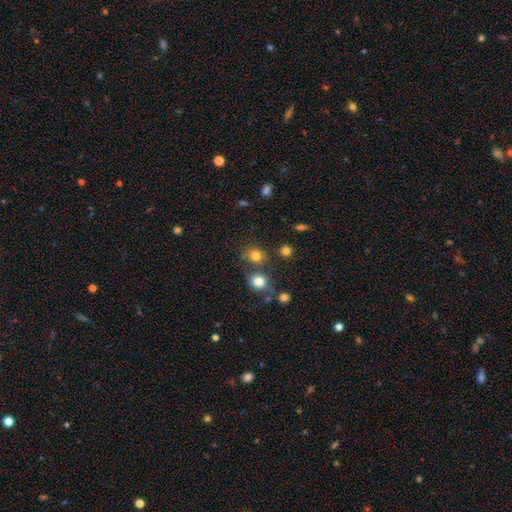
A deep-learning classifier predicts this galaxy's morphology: Smooth or featured? Predicted: smooth (p=0.79). How rounded? Predicted: round (p=0.83). Merging? Predicted: none (p=0.66).